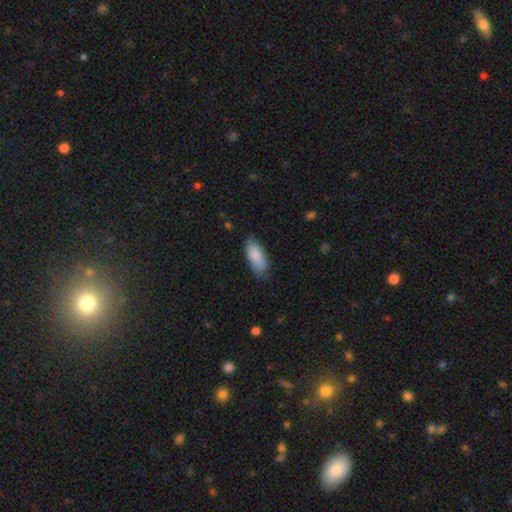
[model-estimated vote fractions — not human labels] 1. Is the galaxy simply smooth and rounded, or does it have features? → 88% smooth, 6% featured or disk, 6% star or artifact.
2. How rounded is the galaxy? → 83% in between, 15% cigar-shaped, 2% round.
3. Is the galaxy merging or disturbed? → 75% none, 20% minor disturbance, 4% major disturbance, 1% merger.